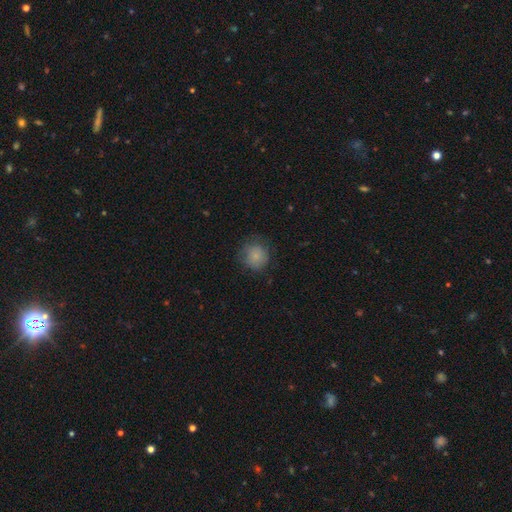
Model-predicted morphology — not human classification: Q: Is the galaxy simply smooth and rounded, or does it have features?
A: smooth — 83%.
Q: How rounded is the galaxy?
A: round — 89%.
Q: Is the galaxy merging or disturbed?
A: none — 74%.